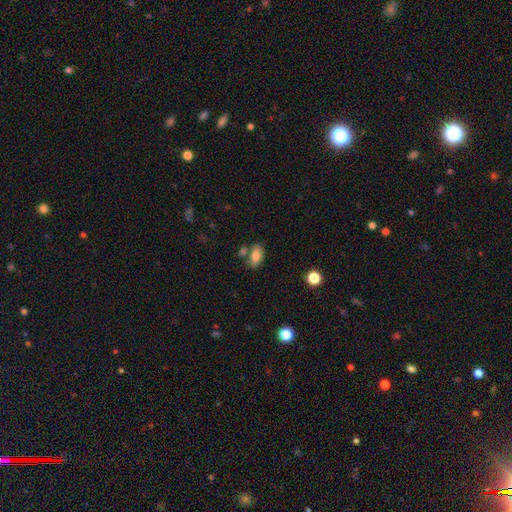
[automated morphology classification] Smooth or featured: smooth — 80% (featured or disk — 11%)
How rounded: in between — 90% (round — 6%)
Merging: none — 62% (merger — 17%)